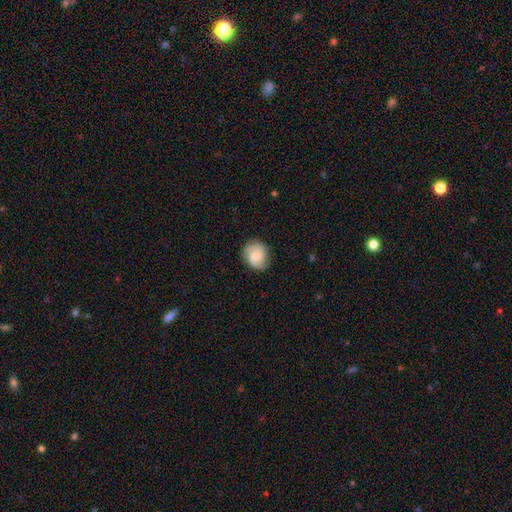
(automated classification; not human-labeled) featured or disk 61%, smooth 32%, star or artifact 7%. Down the decision tree: edge-on disk — no (98%); bar — no (60%); spiral arms — yes (95%); spiral arm count — 2 (58%); spiral winding — medium (47%); bulge size — small (43%); merging — none (78%).